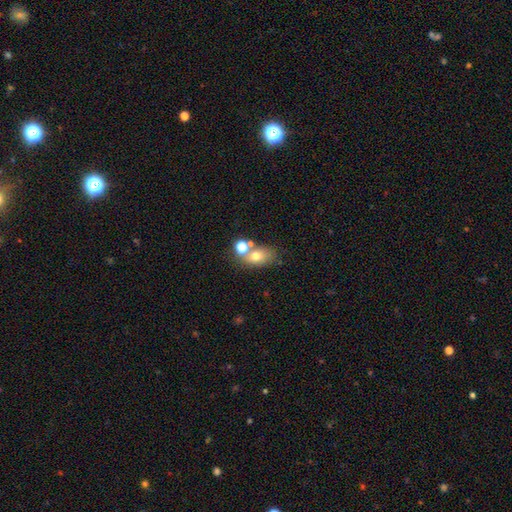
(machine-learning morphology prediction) type=smooth (68%); roundness=in between (71%); merging=none (51%).